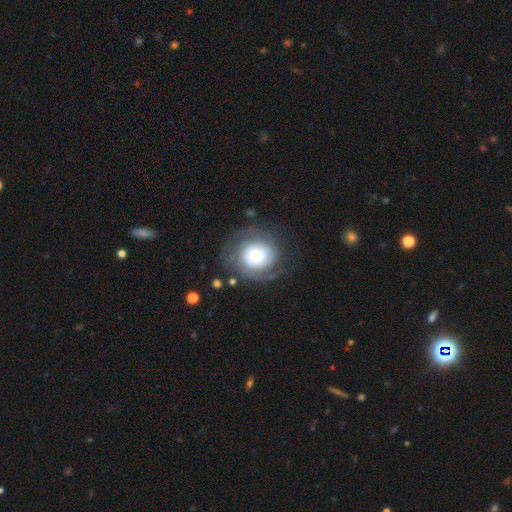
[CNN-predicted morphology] Q: Smooth or featured?
A: featured or disk (54%); runner-up: smooth (38%)
Q: Edge-on disk?
A: no (97%); runner-up: yes (3%)
Q: Bar?
A: no (82%); runner-up: weak (14%)
Q: Spiral arms?
A: yes (80%); runner-up: no (20%)
Q: Bulge size?
A: small (34%); runner-up: large (26%)
Q: Merging?
A: none (67%); runner-up: minor disturbance (18%)